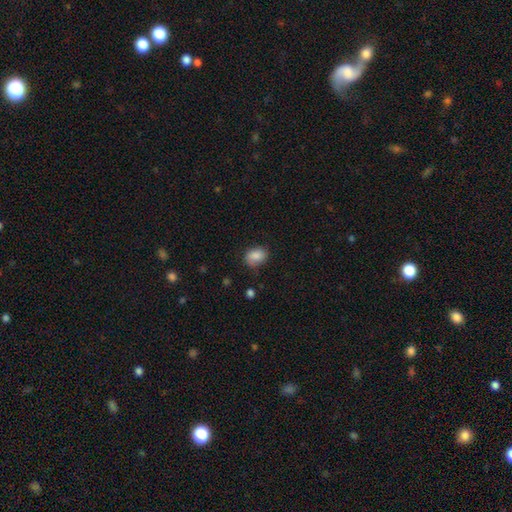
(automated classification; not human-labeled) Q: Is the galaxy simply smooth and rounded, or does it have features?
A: smooth — 86%.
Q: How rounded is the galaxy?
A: in between — 69%.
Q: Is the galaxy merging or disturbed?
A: none — 73%.